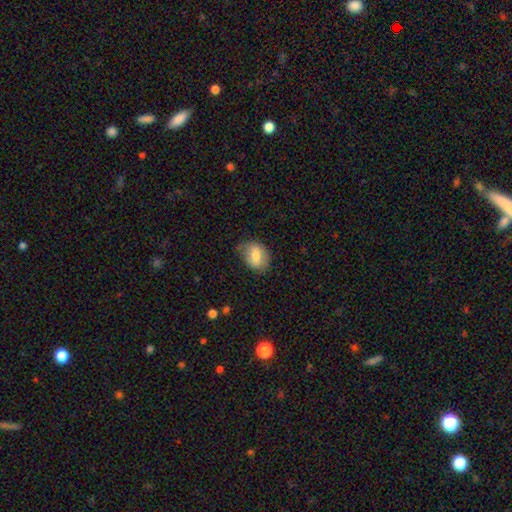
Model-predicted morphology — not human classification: Smooth or featured? smooth (73%)
How rounded? in between (66%)
Merging? none (64%)